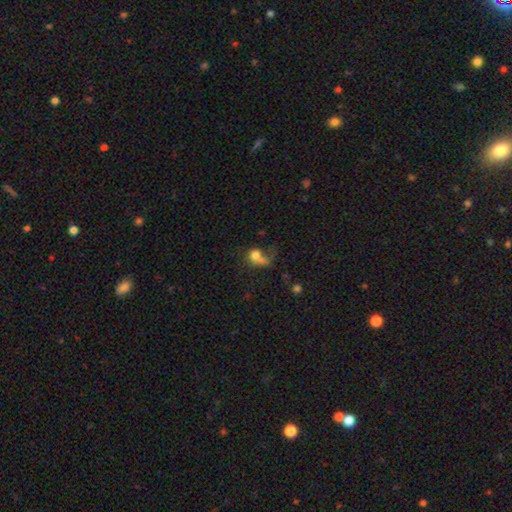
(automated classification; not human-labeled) smooth-or-featured: smooth: 66% | featured or disk: 22% | star or artifact: 12%
  how-rounded: round: 61% | in between: 37% | cigar-shaped: 2%
  merging: major disturbance: 34% | merger: 29% | none: 24% | minor disturbance: 14%